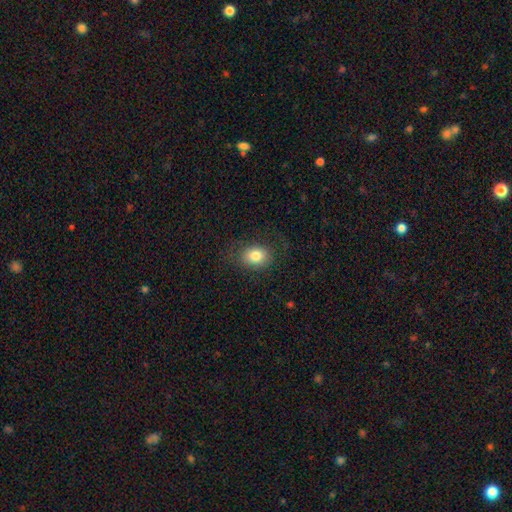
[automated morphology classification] Overall: smooth (81%). How rounded: in between (59%; round 40%). Merging: none (79%).